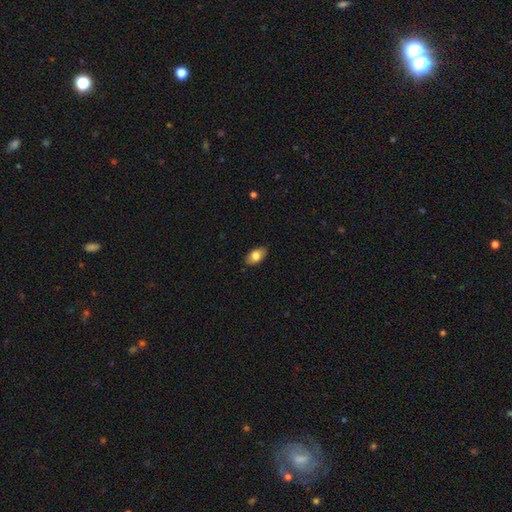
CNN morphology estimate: Overall: smooth (79%). How rounded: in between (93%). Merging: none (86%).